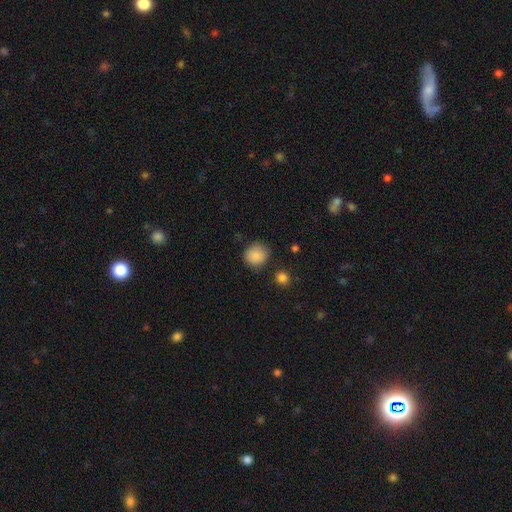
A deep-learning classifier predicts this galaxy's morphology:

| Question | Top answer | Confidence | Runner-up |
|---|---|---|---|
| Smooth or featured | smooth | 88% | star or artifact (9%) |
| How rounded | round | 87% | in between (12%) |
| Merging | none | 81% | minor disturbance (13%) |